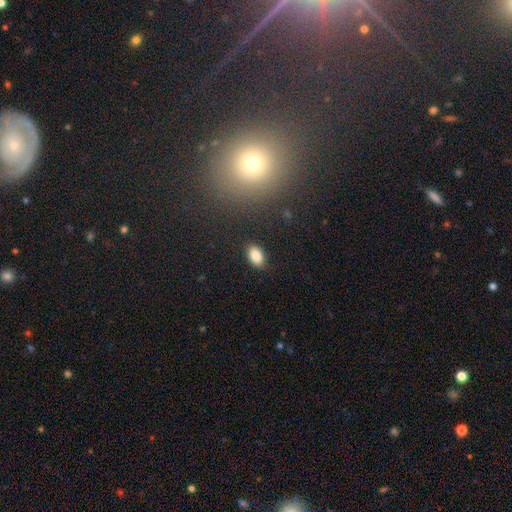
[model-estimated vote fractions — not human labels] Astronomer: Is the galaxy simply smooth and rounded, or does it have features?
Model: smooth — 86%.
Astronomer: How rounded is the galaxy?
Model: in between — 90%.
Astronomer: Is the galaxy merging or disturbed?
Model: none — 86%.